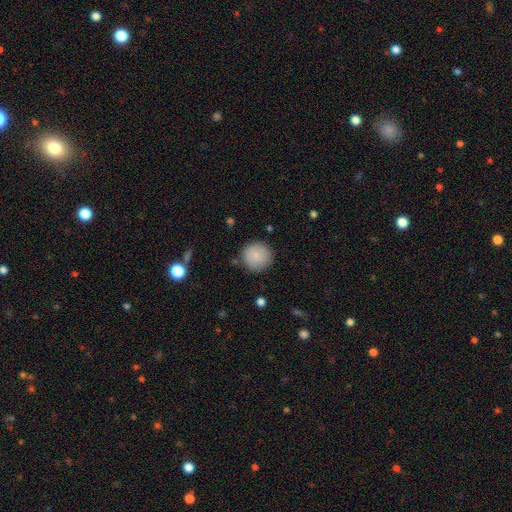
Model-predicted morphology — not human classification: Overall: smooth (85%). How rounded: round (94%). Merging: none (87%).